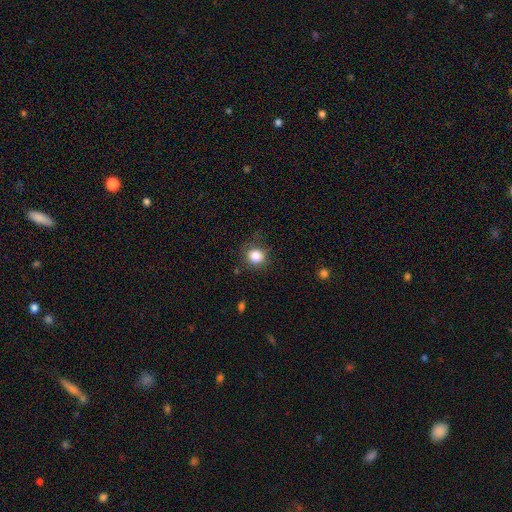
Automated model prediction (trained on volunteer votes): The model was most divided on "merging": none: 79%, minor disturbance: 15%, major disturbance: 5%, merger: 2%. More confident: smooth or featured — smooth (84%); how rounded — round (83%).